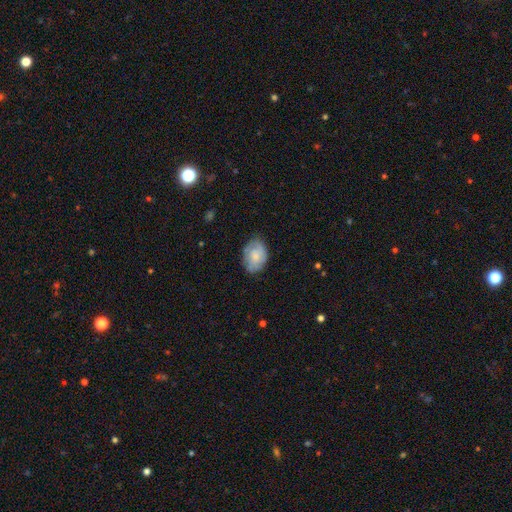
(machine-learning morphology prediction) A smooth galaxy with no disk features (53%) that is in between round and cigar-shaped (74%).

Vote fractions:
- Smooth or featured? smooth: 53% / featured or disk: 40% / star or artifact: 7%
- How rounded? in between: 74% / round: 24% / cigar-shaped: 1%
- Merging? none: 70% / minor disturbance: 22% / major disturbance: 6% / merger: 1%